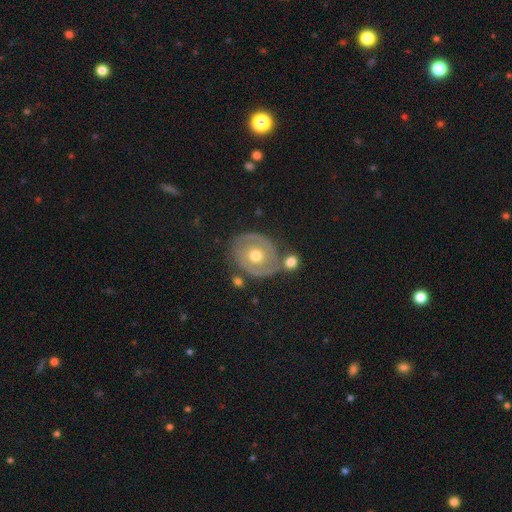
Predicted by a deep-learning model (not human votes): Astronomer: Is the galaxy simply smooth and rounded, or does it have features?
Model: featured or disk — 68%.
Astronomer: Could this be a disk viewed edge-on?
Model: no — 96%.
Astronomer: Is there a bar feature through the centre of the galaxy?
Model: no — 80%.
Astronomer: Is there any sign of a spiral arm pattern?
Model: yes — 62% (runner-up: no, 38%).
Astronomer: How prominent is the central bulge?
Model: moderate — 78%.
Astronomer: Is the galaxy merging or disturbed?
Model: none — 67%.